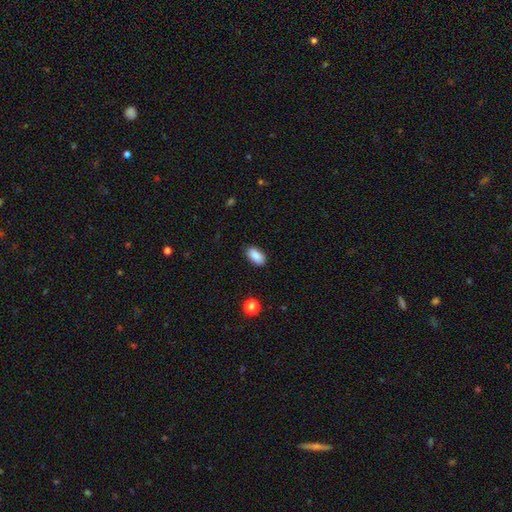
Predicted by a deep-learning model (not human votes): smooth-or-featured: smooth: 87% | star or artifact: 8% | featured or disk: 5%
  how-rounded: in between: 93% | round: 4% | cigar-shaped: 3%
  merging: none: 87% | minor disturbance: 10% | major disturbance: 2% | merger: 1%